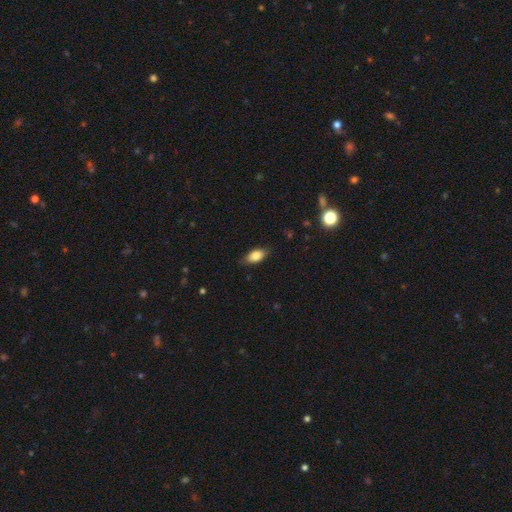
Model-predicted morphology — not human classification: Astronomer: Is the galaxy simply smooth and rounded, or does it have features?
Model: smooth — 83%.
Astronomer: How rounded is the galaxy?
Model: in between — 89%.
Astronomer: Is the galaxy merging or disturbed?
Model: none — 81%.